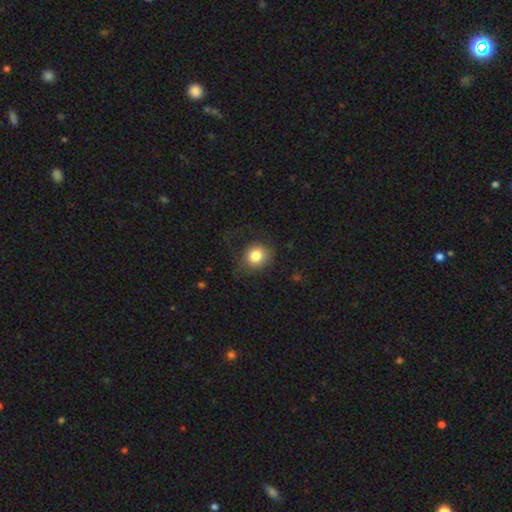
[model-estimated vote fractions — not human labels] Smooth or featured? Predicted: smooth (p=0.81). How rounded? Predicted: round (p=0.77). Merging? Predicted: none (p=0.67).